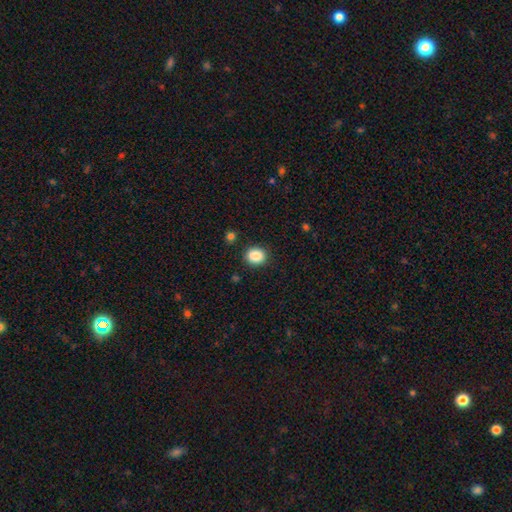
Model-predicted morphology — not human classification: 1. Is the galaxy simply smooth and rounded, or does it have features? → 87% smooth, 9% star or artifact, 4% featured or disk.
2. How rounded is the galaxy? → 74% round, 26% in between, 1% cigar-shaped.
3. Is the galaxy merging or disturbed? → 88% none, 8% minor disturbance, 2% major disturbance, 2% merger.